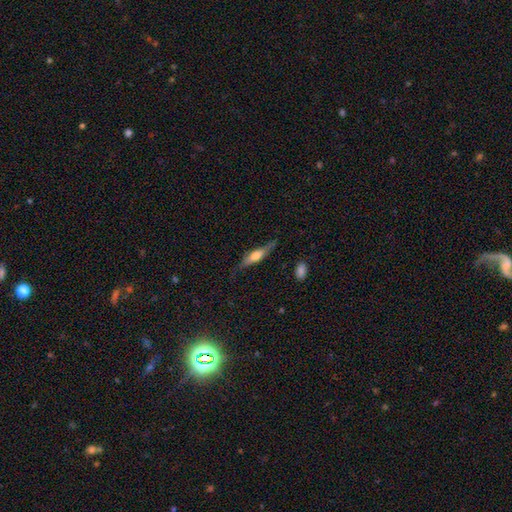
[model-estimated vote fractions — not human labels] Q: Smooth or featured?
A: featured or disk (51%); runner-up: smooth (43%)
Q: Edge-on disk?
A: yes (91%); runner-up: no (9%)
Q: Merging?
A: none (73%); runner-up: minor disturbance (19%)